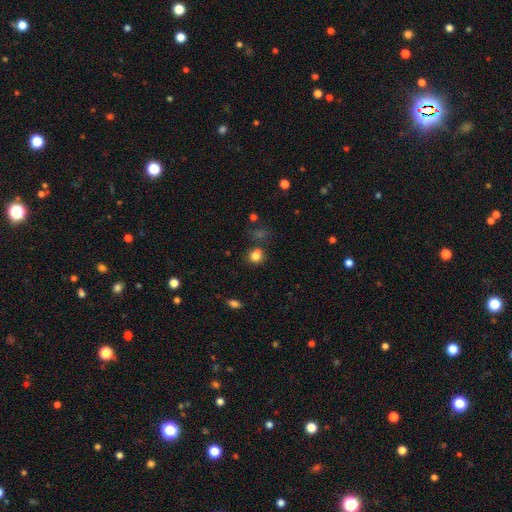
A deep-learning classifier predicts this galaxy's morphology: Smooth or featured?
  - smooth: 80% *
  - star or artifact: 13%
  - featured or disk: 7%
How rounded?
  - round: 73% *
  - in between: 26%
  - cigar-shaped: 1%
Merging?
  - none: 63% *
  - minor disturbance: 16%
  - merger: 14%
  - major disturbance: 6%